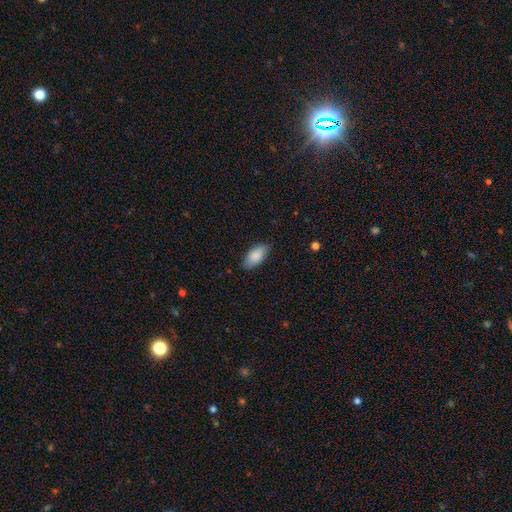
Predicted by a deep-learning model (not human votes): Q: Smooth or featured?
A: smooth (86%); runner-up: featured or disk (8%)
Q: How rounded?
A: in between (91%); runner-up: cigar-shaped (7%)
Q: Merging?
A: none (82%); runner-up: minor disturbance (15%)